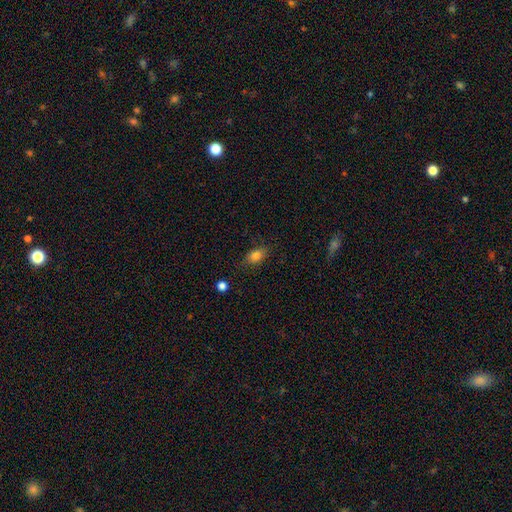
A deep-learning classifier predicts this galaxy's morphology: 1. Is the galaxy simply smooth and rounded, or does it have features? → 80% smooth, 11% star or artifact, 9% featured or disk.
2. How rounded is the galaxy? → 79% in between, 17% round, 4% cigar-shaped.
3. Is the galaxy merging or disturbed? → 80% none, 15% minor disturbance, 4% major disturbance, 1% merger.